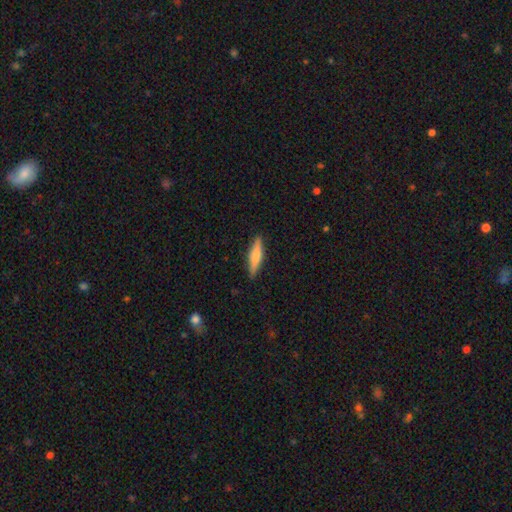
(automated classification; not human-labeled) A smooth galaxy with no disk features (59%) that is cigar-shaped (77%). Merging: none (89%).